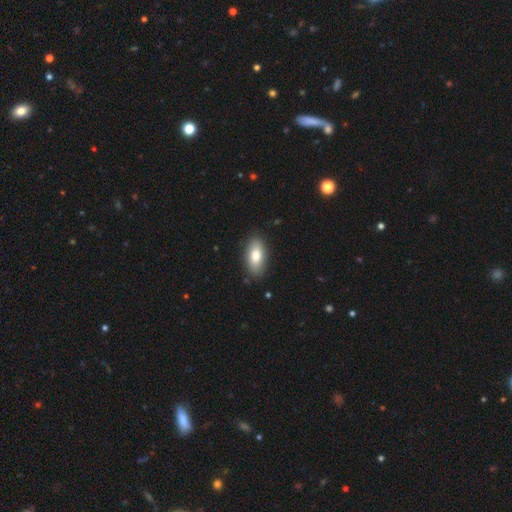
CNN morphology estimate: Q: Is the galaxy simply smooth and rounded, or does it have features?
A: smooth — 78%.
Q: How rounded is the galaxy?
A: in between — 90%.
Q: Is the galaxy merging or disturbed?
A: none — 87%.